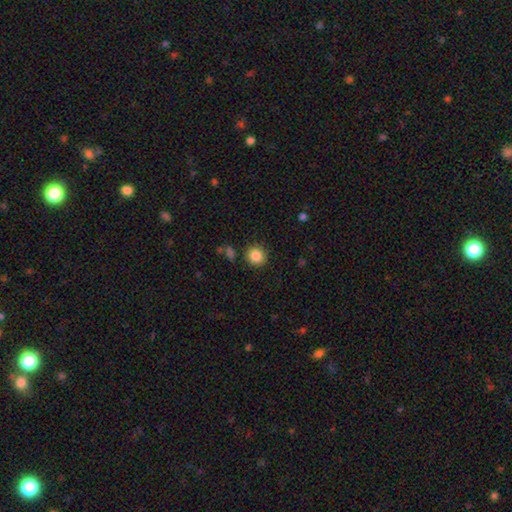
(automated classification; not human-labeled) A smooth galaxy with no disk features (86%) that is round (91%).

Vote fractions:
- Smooth or featured? smooth: 86% / star or artifact: 10% / featured or disk: 4%
- How rounded? round: 91% / in between: 8% / cigar-shaped: 1%
- Merging? none: 88% / minor disturbance: 7% / major disturbance: 2% / merger: 2%